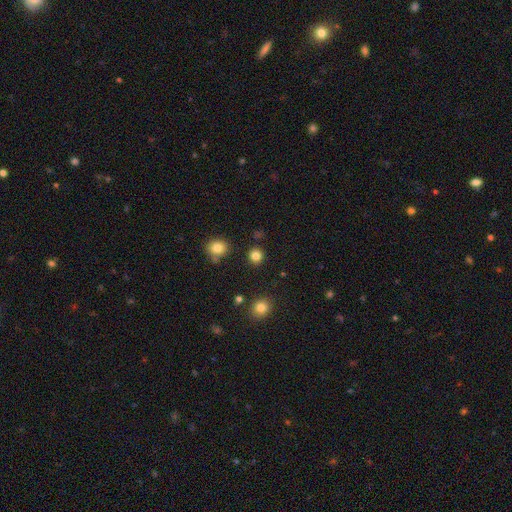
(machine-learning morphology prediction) A smooth galaxy with no disk features (84%) that is round (90%). Merging: none (89%).